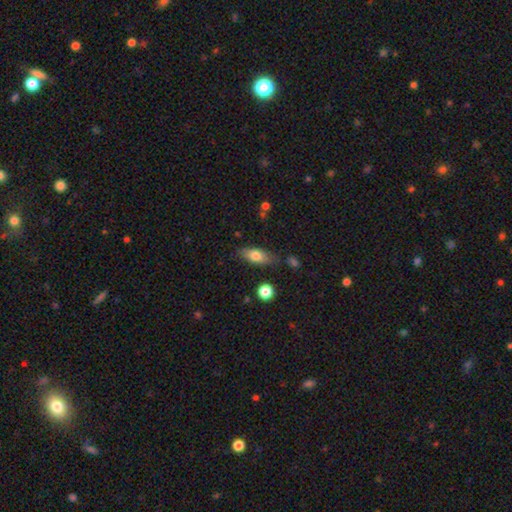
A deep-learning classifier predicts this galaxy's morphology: smooth-or-featured: smooth: 73% | featured or disk: 20% | star or artifact: 7%
  how-rounded: in between: 80% | cigar-shaped: 15% | round: 5%
  merging: none: 73% | minor disturbance: 18% | major disturbance: 4% | merger: 4%